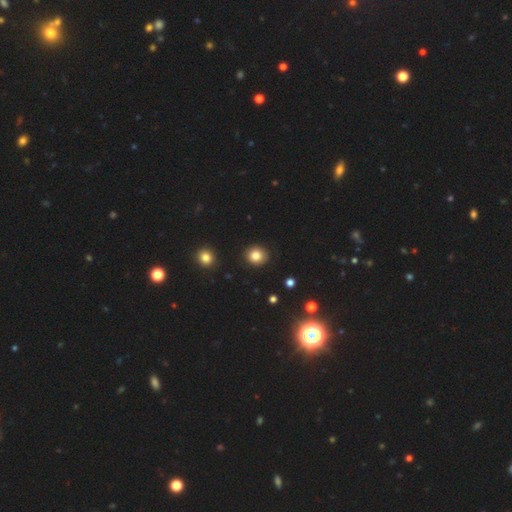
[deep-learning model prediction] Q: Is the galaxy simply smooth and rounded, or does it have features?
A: smooth — 84%.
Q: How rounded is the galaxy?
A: round — 85%.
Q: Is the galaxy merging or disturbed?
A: none — 90%.